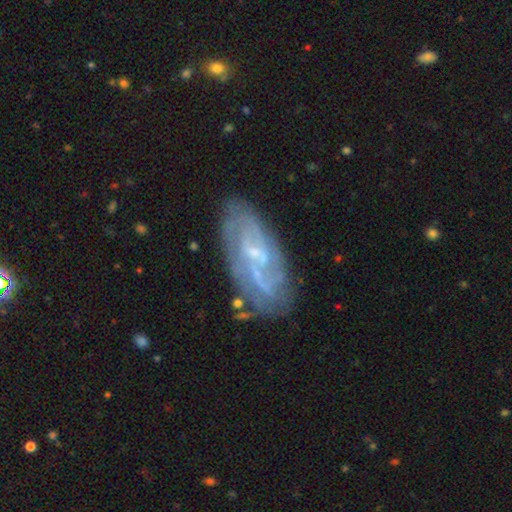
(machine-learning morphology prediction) Smooth or featured? featured or disk (78%)
Edge-on disk? no (92%)
Bar? weak (46%)
Spiral arms? yes (83%)
Spiral winding? tight (46%)
Spiral arm count? can't tell (42%)
Bulge size? small (71%)
Merging? none (71%)